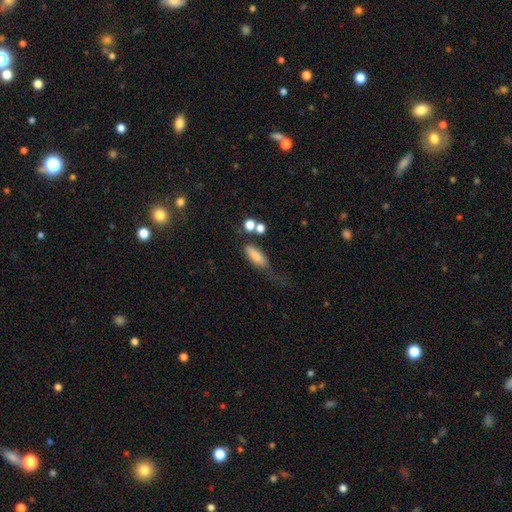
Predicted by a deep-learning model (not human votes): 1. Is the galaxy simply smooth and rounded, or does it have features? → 78% smooth, 13% featured or disk, 9% star or artifact.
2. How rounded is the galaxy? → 69% in between, 26% cigar-shaped, 5% round.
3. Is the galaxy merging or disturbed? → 41% none, 25% minor disturbance, 21% major disturbance, 13% merger.